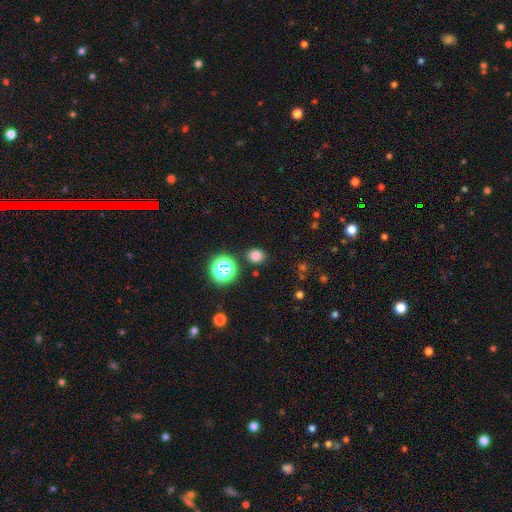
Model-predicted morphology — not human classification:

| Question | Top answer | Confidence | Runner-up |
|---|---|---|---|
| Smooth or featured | smooth | 76% | star or artifact (18%) |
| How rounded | round | 54% | in between (45%) |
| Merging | none | 85% | minor disturbance (9%) |